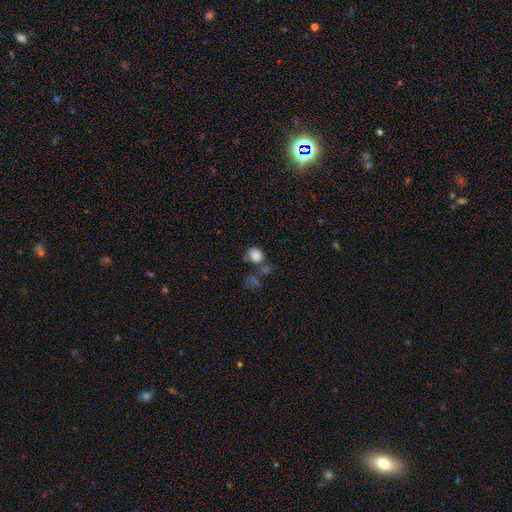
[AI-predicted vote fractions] Q: Smooth or featured?
A: smooth (82%); runner-up: star or artifact (11%)
Q: How rounded?
A: round (51%); runner-up: in between (48%)
Q: Merging?
A: none (50%); runner-up: merger (24%)